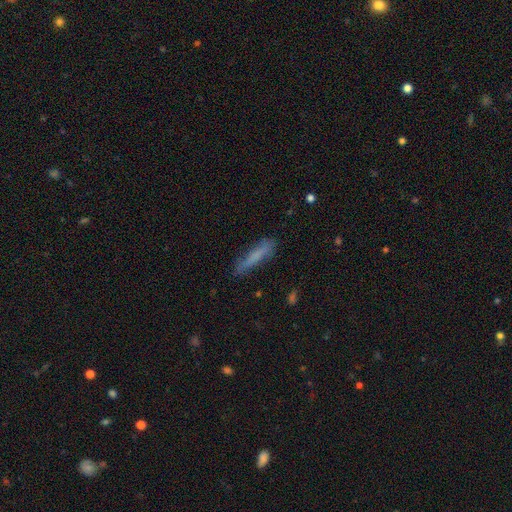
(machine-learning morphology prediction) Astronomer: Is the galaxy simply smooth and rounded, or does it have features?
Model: smooth — 71%.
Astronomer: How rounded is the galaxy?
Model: cigar-shaped — 88%.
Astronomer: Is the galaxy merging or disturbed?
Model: none — 76%.